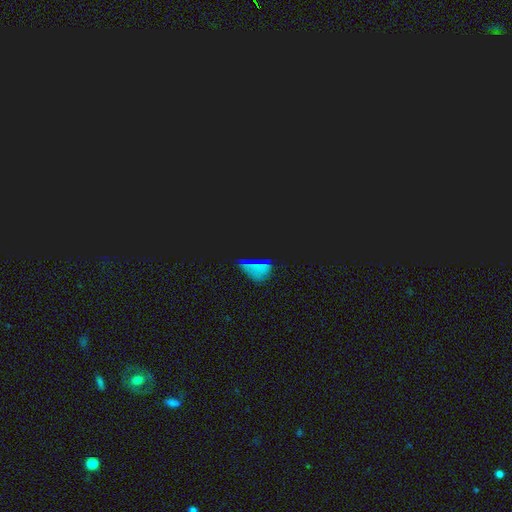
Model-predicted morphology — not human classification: Smooth or featured: star or artifact — 68% (smooth — 24%)